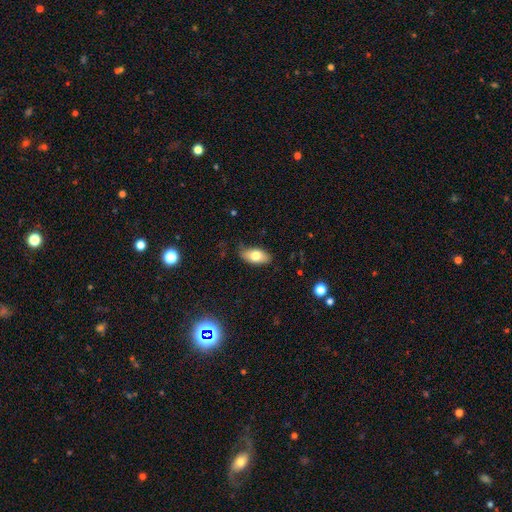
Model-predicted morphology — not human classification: smooth 74%, featured or disk 18%, star or artifact 8%. Down the decision tree: how rounded — in between (91%); merging — none (80%).